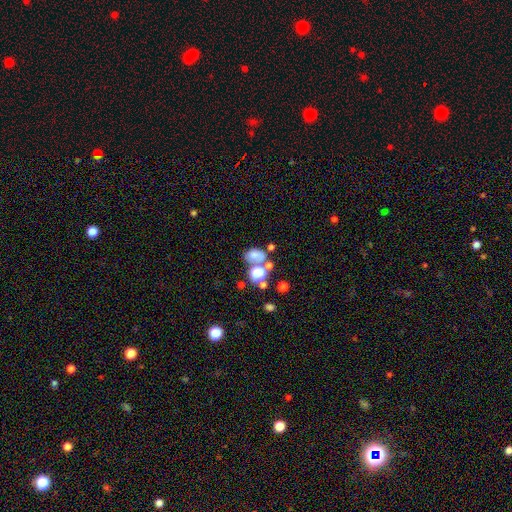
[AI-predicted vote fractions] Overall: smooth (64%). How rounded: in between (69%; round 30%). Merging: none (40%; merger 34%).